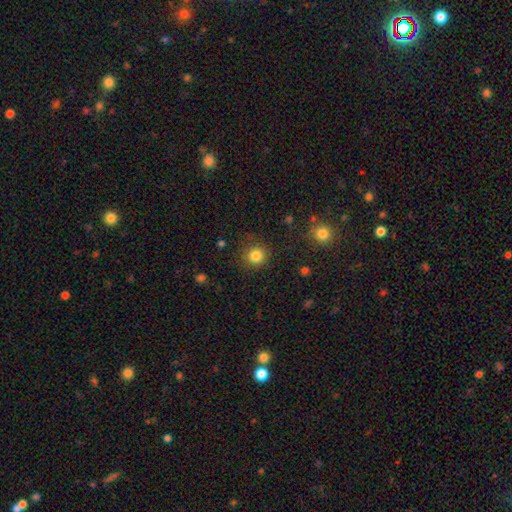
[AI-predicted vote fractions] A smooth galaxy with no disk features (83%) that is round (92%).

Vote fractions:
- Smooth or featured? smooth: 83% / star or artifact: 12% / featured or disk: 5%
- How rounded? round: 92% / in between: 7% / cigar-shaped: 1%
- Merging? none: 86% / minor disturbance: 9% / major disturbance: 4% / merger: 2%